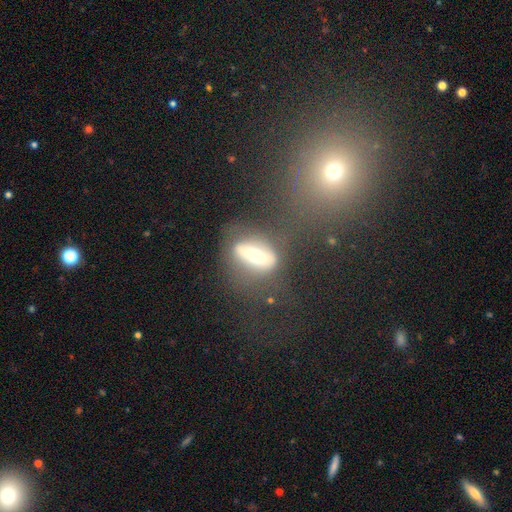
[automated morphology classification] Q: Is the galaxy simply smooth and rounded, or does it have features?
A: featured or disk — 53%.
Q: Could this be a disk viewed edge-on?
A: no — 67%.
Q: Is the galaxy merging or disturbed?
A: none — 49%.